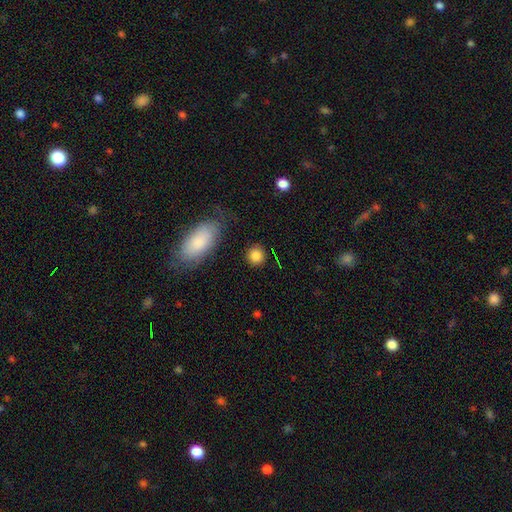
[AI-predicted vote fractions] This appears to be a smooth galaxy with no disk features (85%) that is round (88%). Merging: none (86%).